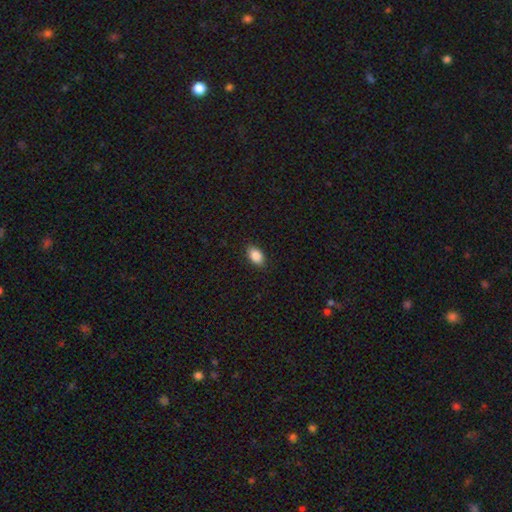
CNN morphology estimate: type=smooth (88%); roundness=in between (91%); merging=none (89%).